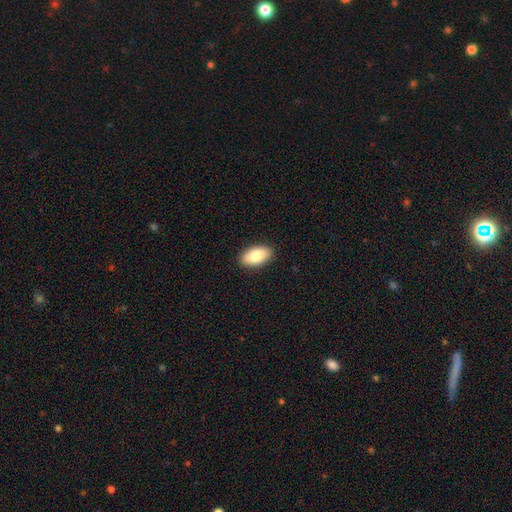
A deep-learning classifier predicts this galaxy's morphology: Smooth or featured? smooth (83%)
How rounded? in between (94%)
Merging? none (90%)